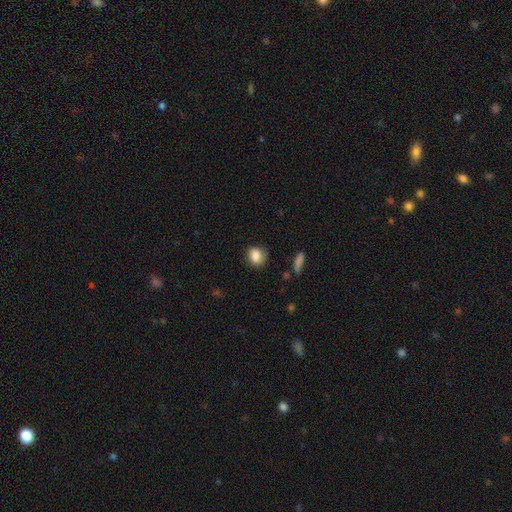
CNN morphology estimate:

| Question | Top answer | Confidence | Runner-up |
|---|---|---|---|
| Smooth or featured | smooth | 86% | star or artifact (9%) |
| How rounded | round | 64% | in between (35%) |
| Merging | none | 74% | minor disturbance (20%) |